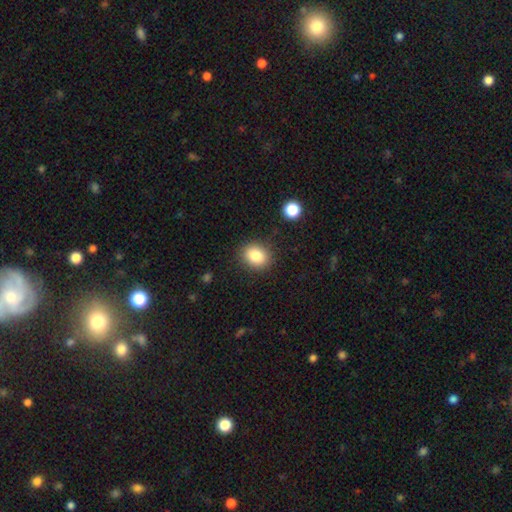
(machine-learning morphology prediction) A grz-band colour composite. It shows a smooth galaxy with no disk features (83%) that is round (56%). Merging: none (87%).